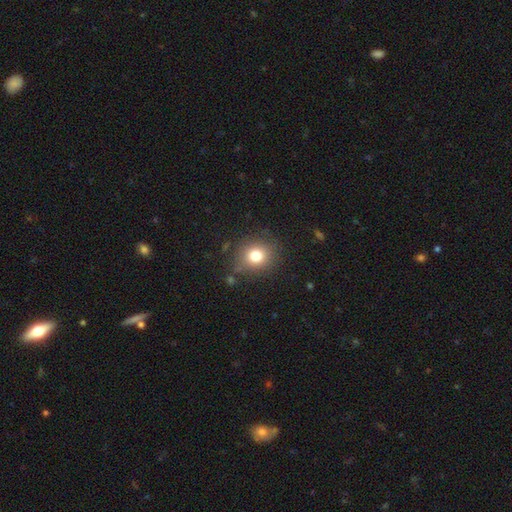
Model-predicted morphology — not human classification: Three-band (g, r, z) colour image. It shows a smooth galaxy with no disk features (78%) that is round (82%). Merging: none (83%).